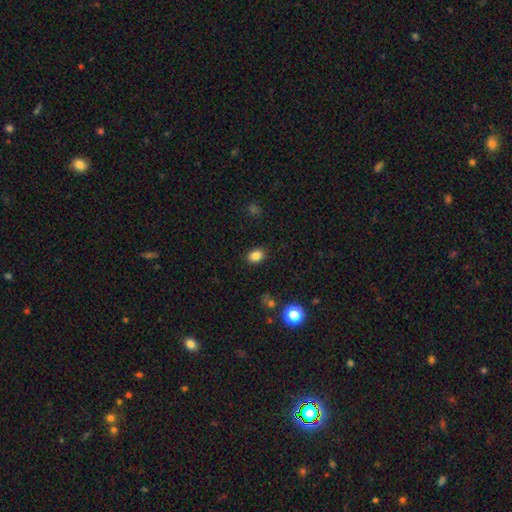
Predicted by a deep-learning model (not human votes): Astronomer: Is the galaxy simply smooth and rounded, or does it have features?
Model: smooth — 84%.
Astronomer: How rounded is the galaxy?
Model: in between — 64%.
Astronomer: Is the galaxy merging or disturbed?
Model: none — 88%.